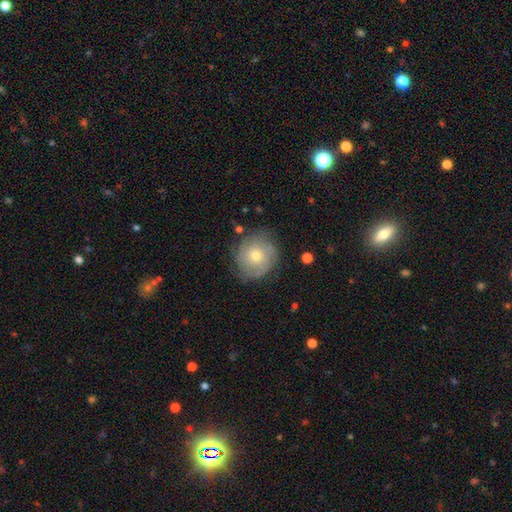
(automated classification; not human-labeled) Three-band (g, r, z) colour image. It shows a featured or disk galaxy (59%) with no bar (85%), spiral arms (82%) and a moderate central bulge (57%). Merging: none (77%).